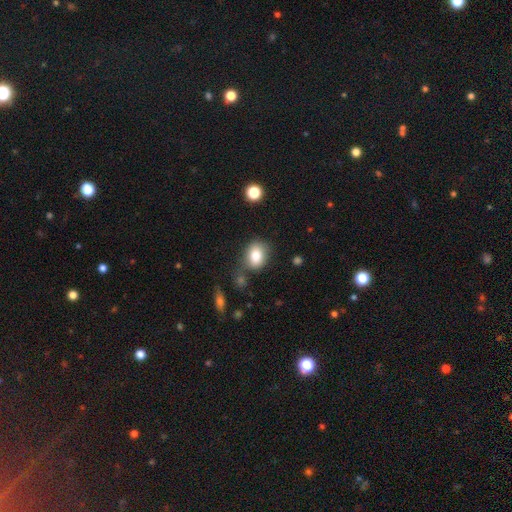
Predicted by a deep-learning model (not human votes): Q: Smooth or featured?
A: smooth (82%); runner-up: featured or disk (9%)
Q: How rounded?
A: in between (62%); runner-up: round (37%)
Q: Merging?
A: none (67%); runner-up: minor disturbance (19%)